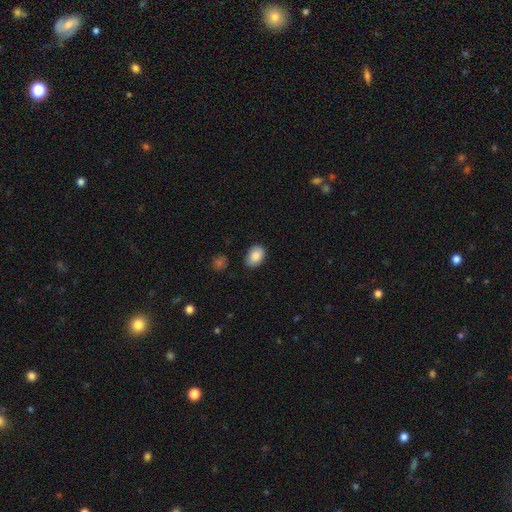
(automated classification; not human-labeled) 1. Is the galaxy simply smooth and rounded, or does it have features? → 87% smooth, 7% star or artifact, 6% featured or disk.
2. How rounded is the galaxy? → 84% in between, 15% round, 1% cigar-shaped.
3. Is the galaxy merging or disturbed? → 80% none, 16% minor disturbance, 3% major disturbance, 2% merger.